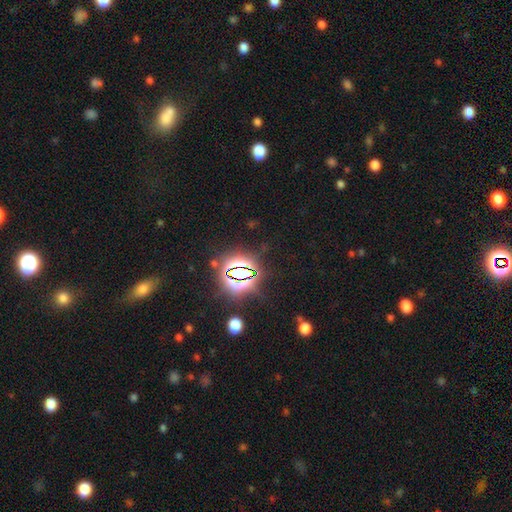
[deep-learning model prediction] Smooth or featured? Predicted: star or artifact (p=0.80).